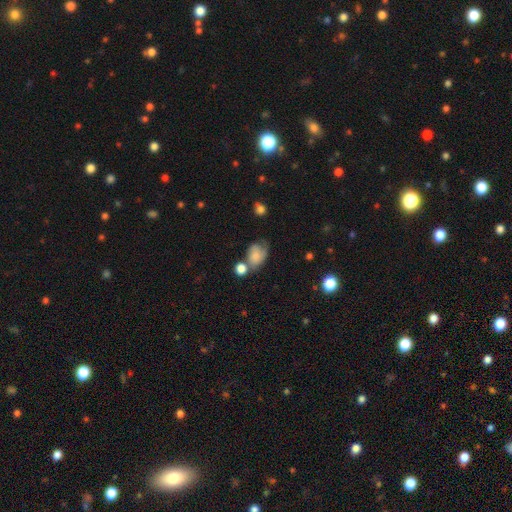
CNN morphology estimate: A smooth galaxy with no disk features (67%) that is in between round and cigar-shaped (70%). Merging: none (34%).